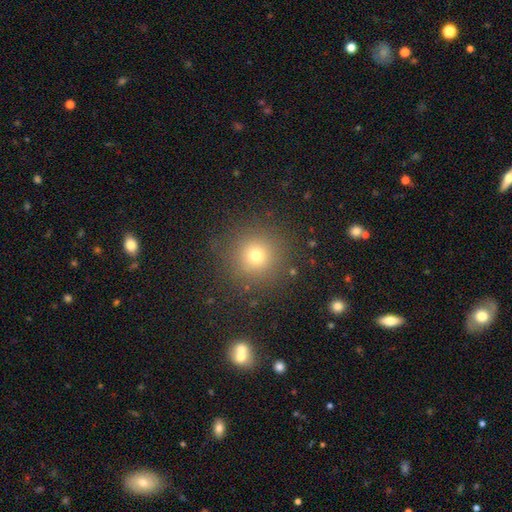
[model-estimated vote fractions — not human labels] Smooth or featured?
  - smooth: 72% *
  - star or artifact: 19%
  - featured or disk: 9%
How rounded?
  - round: 95% *
  - in between: 4%
  - cigar-shaped: 1%
Merging?
  - none: 89% *
  - minor disturbance: 6%
  - major disturbance: 3%
  - merger: 2%